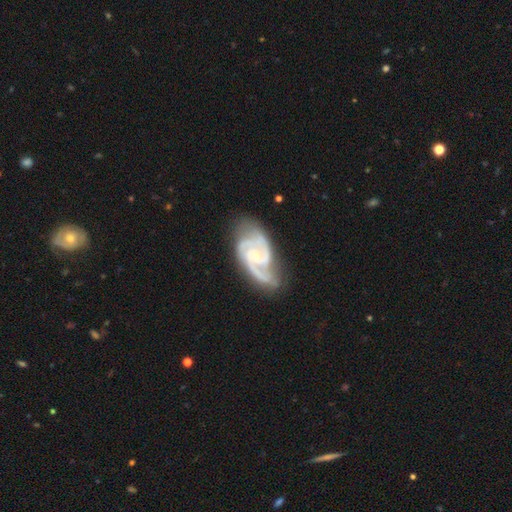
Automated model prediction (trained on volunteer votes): This appears to be a featured or disk galaxy (91%) with no bar (55%), 2 (55%) tight (48%) spiral arms (98%) and a small central bulge (71%). Merging: none (68%).